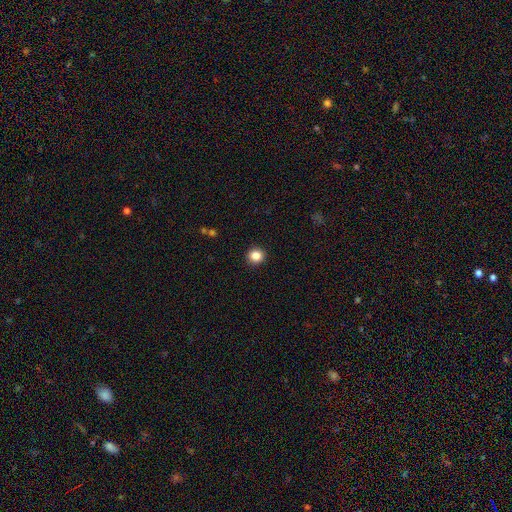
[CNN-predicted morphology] smooth-or-featured: smooth: 85% | star or artifact: 11% | featured or disk: 4%
  how-rounded: round: 92% | in between: 7% | cigar-shaped: 1%
  merging: none: 93% | minor disturbance: 5% | major disturbance: 2% | merger: 1%